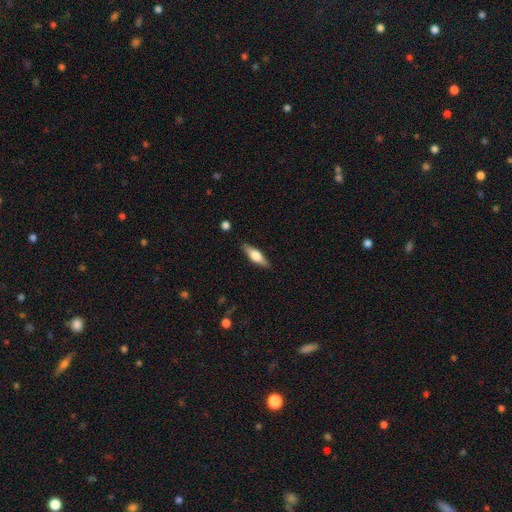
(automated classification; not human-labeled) Smooth or featured? Predicted: smooth (p=0.52). How rounded? Predicted: cigar-shaped (p=0.50). Merging? Predicted: none (p=0.87).